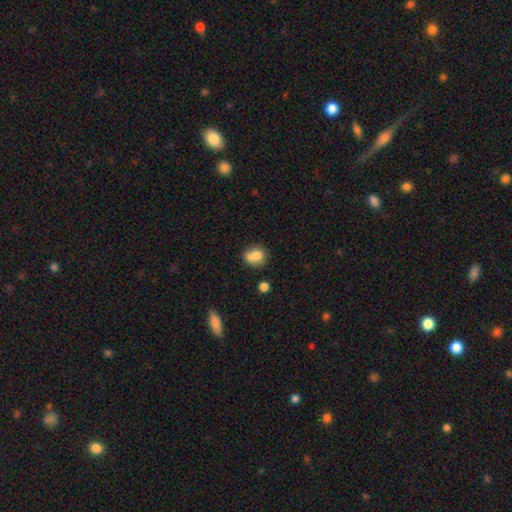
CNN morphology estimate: type=smooth (74%); roundness=round (71%); merging=none (42%).